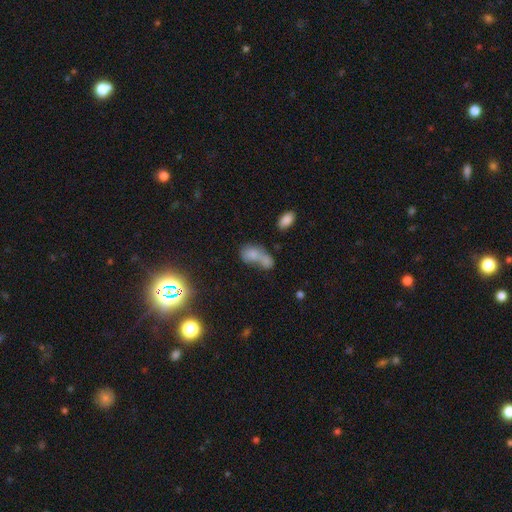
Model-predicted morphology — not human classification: This is possibly a smooth galaxy (60%). How rounded: likely in between (71%). Merging: possibly merger (60%).